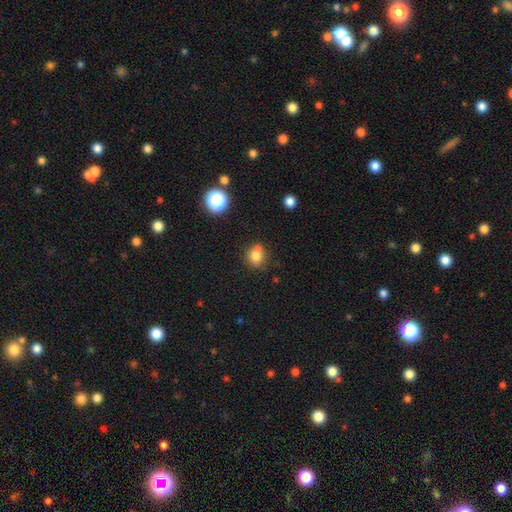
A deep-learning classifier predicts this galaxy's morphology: A smooth galaxy with no disk features (76%) that is round (82%).

Vote fractions:
- Smooth or featured? smooth: 76% / star or artifact: 13% / featured or disk: 10%
- How rounded? round: 82% / in between: 17% / cigar-shaped: 1%
- Merging? none: 59% / merger: 24% / minor disturbance: 13% / major disturbance: 4%